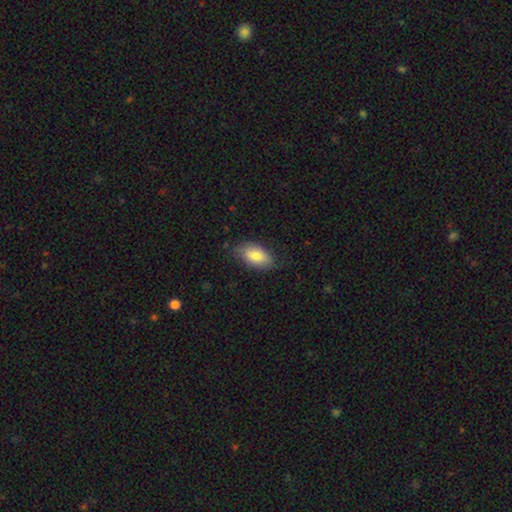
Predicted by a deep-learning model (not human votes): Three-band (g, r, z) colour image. It shows a smooth galaxy with no disk features (81%) that is in between round and cigar-shaped (93%). Merging: none (71%).